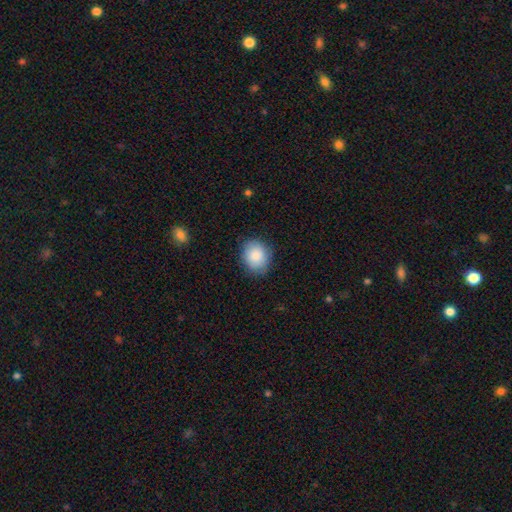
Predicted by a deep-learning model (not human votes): Q: Smooth or featured?
A: smooth (86%); runner-up: featured or disk (7%)
Q: How rounded?
A: round (66%); runner-up: in between (33%)
Q: Merging?
A: none (83%); runner-up: minor disturbance (13%)